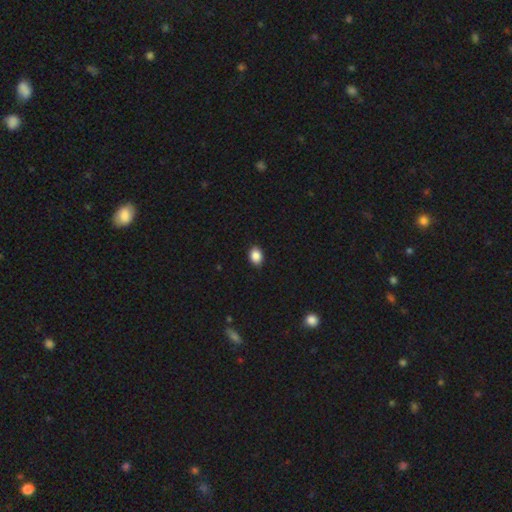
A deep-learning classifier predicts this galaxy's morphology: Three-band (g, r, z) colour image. It shows a smooth galaxy with no disk features (87%) that is in between round and cigar-shaped (71%). Merging: none (88%).